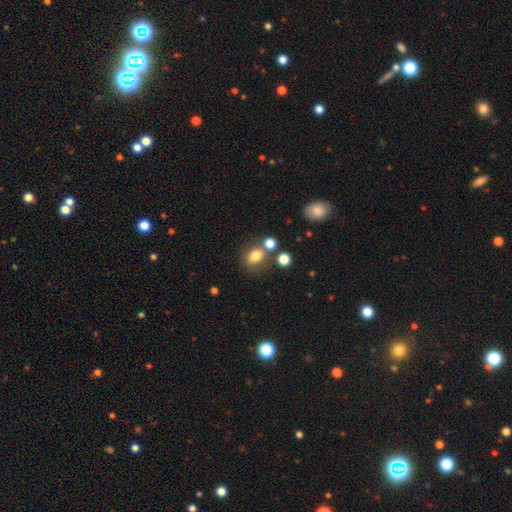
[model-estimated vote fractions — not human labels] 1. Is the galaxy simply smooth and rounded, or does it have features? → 78% smooth, 13% star or artifact, 9% featured or disk.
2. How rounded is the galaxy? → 50% round, 49% in between, 1% cigar-shaped.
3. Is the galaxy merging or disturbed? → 62% none, 18% merger, 14% minor disturbance, 6% major disturbance.